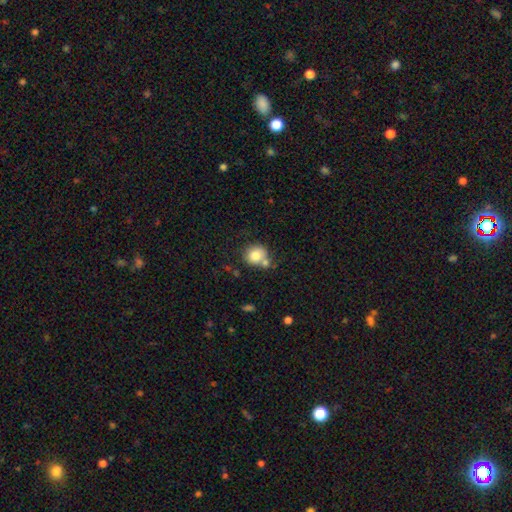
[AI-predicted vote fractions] A smooth galaxy with no disk features (80%) that is round (78%).

Vote fractions:
- Smooth or featured? smooth: 80% / featured or disk: 11% / star or artifact: 9%
- How rounded? round: 78% / in between: 21% / cigar-shaped: 1%
- Merging? none: 56% / merger: 26% / minor disturbance: 14% / major disturbance: 4%